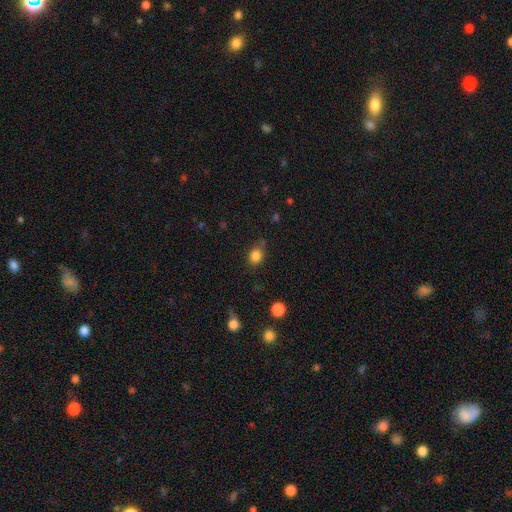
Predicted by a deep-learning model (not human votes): Overall: smooth (84%). How rounded: round (61%; in between 38%). Merging: none (72%).